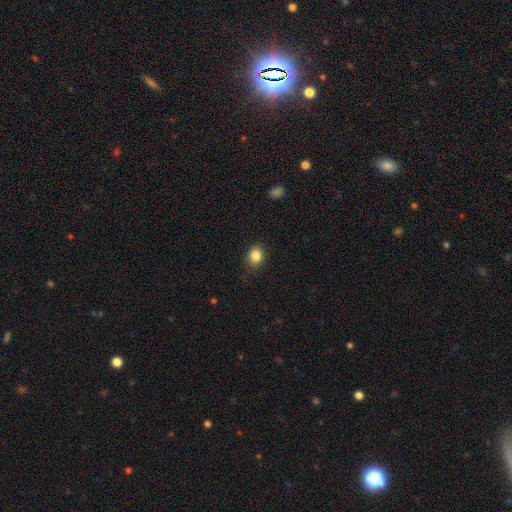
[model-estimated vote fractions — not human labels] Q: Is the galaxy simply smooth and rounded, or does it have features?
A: smooth — 85%.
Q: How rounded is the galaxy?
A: round — 56%.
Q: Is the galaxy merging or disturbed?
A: none — 84%.